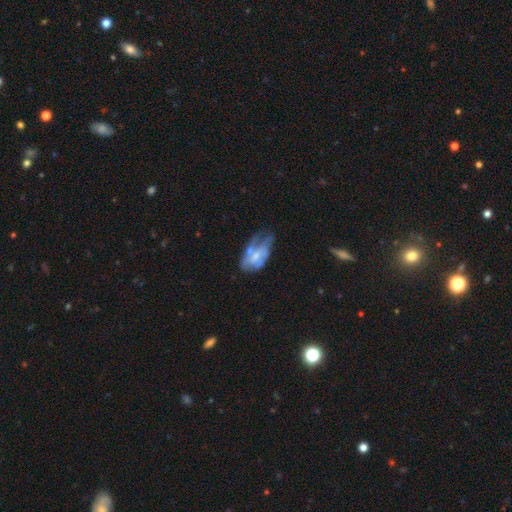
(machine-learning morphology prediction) Overall: featured or disk (53%; smooth 40%). Edge-on disk: no (94%). Merging: major disturbance (32%; minor disturbance 27%).